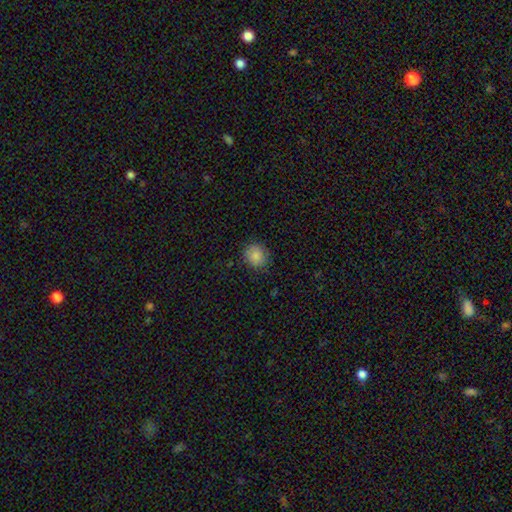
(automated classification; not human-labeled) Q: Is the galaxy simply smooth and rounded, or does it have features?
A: smooth — 86%.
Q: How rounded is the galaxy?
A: round — 84%.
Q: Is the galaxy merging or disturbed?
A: none — 83%.